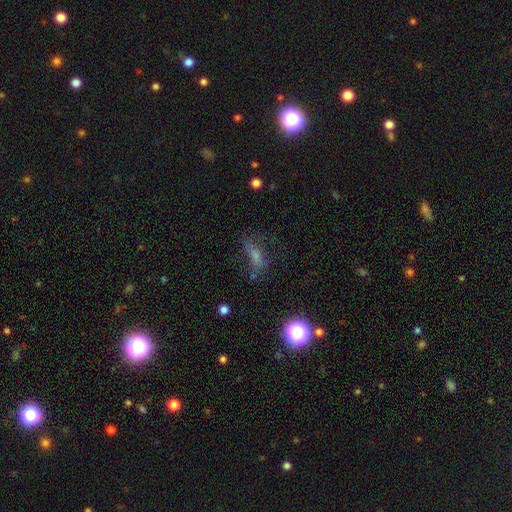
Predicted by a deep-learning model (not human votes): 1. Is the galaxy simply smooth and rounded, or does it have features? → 41% smooth, 30% star or artifact, 29% featured or disk.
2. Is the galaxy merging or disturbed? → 53% none, 21% major disturbance, 21% minor disturbance, 4% merger.